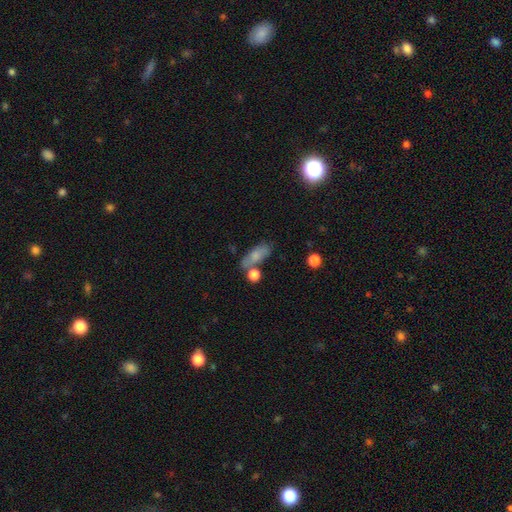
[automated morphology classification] Smooth or featured: smooth — 71% (featured or disk — 19%)
How rounded: in between — 68% (cigar-shaped — 24%)
Merging: none — 53% (minor disturbance — 20%)